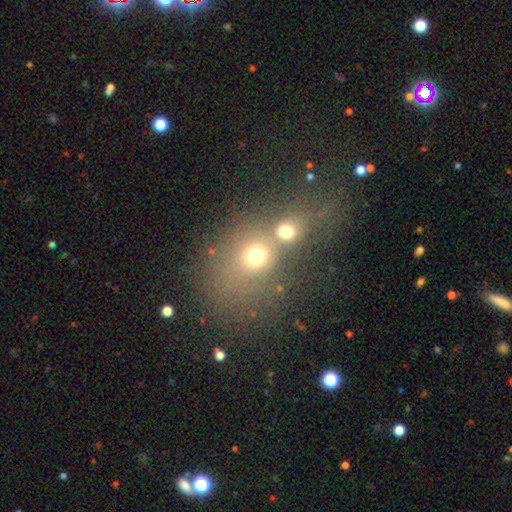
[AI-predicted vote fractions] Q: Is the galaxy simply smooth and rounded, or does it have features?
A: smooth — 67%.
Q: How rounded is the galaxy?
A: round — 67%.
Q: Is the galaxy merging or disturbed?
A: merger — 58%.